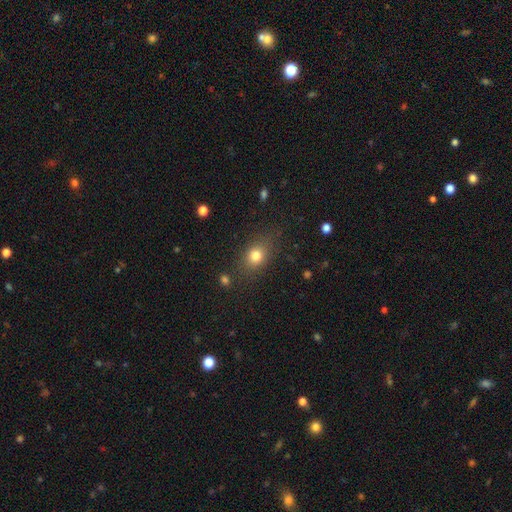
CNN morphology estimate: A smooth galaxy with no disk features (78%) that is in between round and cigar-shaped (54%). Merging: none (78%).